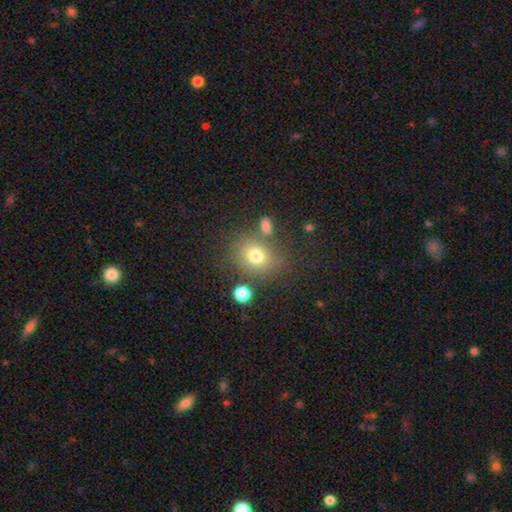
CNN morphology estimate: type=smooth (75%); roundness=round (62%); merging=none (70%).